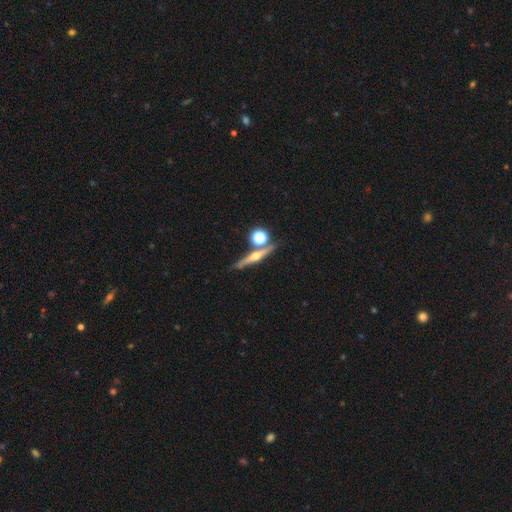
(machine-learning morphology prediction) This is likely a featured or disk galaxy (66%). It is clearly viewed edge-on (94%). Edge-on bulge: clearly rounded (91%). Merging: likely none (75%).